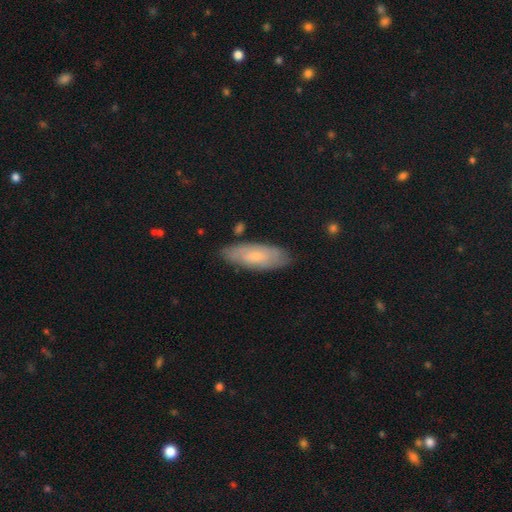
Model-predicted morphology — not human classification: Smooth or featured? Predicted: smooth (p=0.50). Merging? Predicted: none (p=0.79).